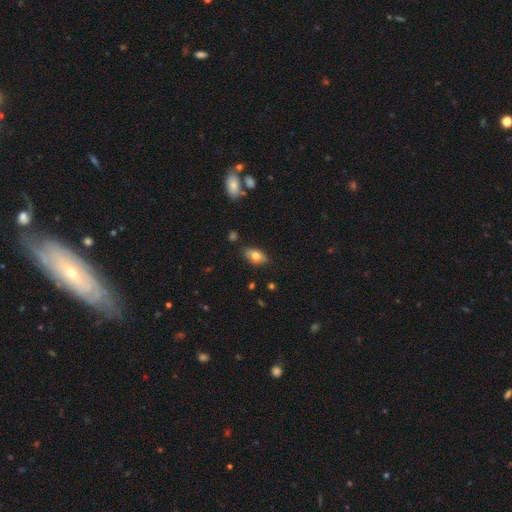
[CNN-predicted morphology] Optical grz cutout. It shows a smooth galaxy with no disk features (76%) that is in between round and cigar-shaped (90%). Merging: none (83%).